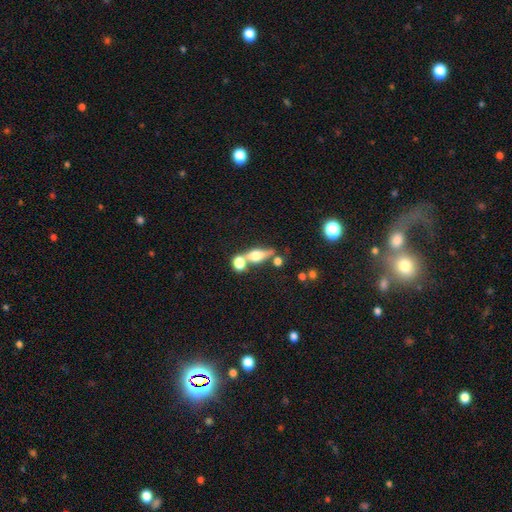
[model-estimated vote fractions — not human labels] A smooth galaxy with no disk features (45%). Merging: none (46%).